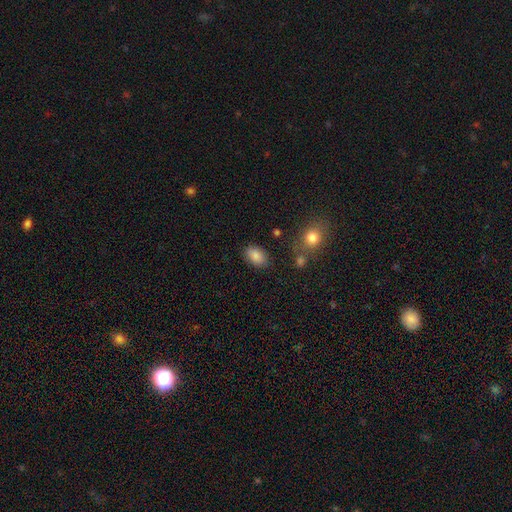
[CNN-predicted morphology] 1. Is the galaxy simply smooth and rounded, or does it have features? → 86% smooth, 8% star or artifact, 6% featured or disk.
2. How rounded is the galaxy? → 88% in between, 10% round, 1% cigar-shaped.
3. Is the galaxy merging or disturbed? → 83% none, 11% minor disturbance, 3% major disturbance, 3% merger.